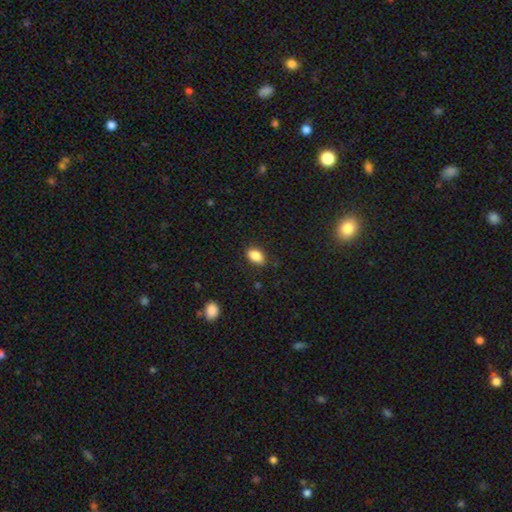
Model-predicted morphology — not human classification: smooth_or_featured: smooth (p=0.87) [alt: star or artifact p=0.08]
how_rounded: in between (p=0.88) [alt: round p=0.09]
merging: none (p=0.85) [alt: minor disturbance p=0.11]